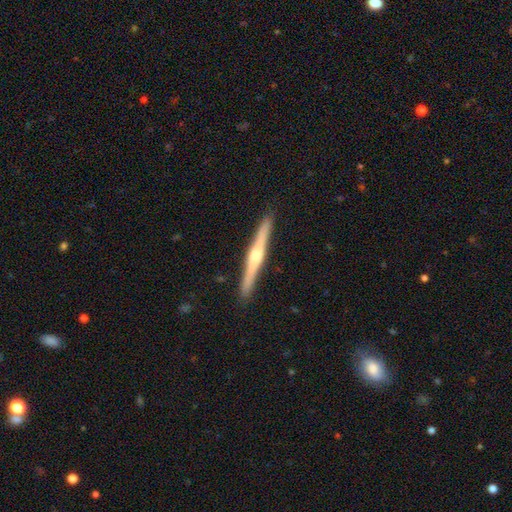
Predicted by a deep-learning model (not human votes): Smooth or featured? featured or disk (70%)
Edge-on disk? yes (98%)
Edge-on bulge? rounded (76%)
Merging? none (92%)